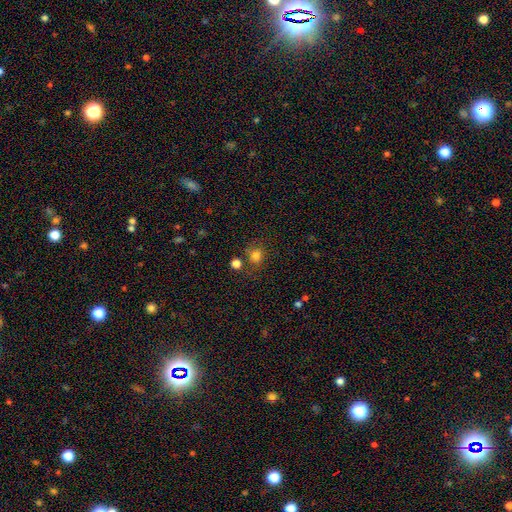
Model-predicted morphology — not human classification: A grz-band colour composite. It shows a smooth galaxy with no disk features (78%) that is round (76%). Merging: none (69%).